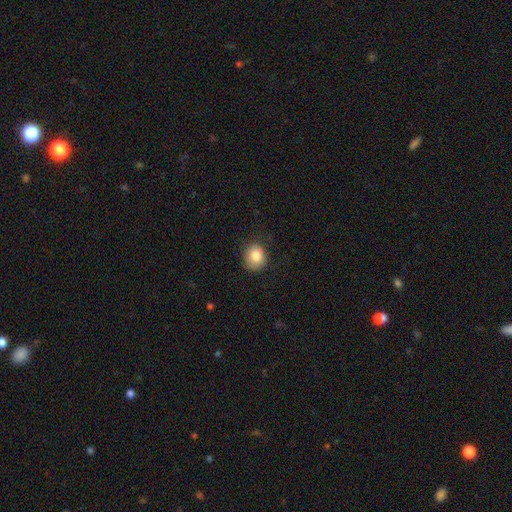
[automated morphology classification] The model was most divided on "how rounded": round: 72%, in between: 27%, cigar-shaped: 1%. More confident: smooth or featured — smooth (84%); merging — none (78%).